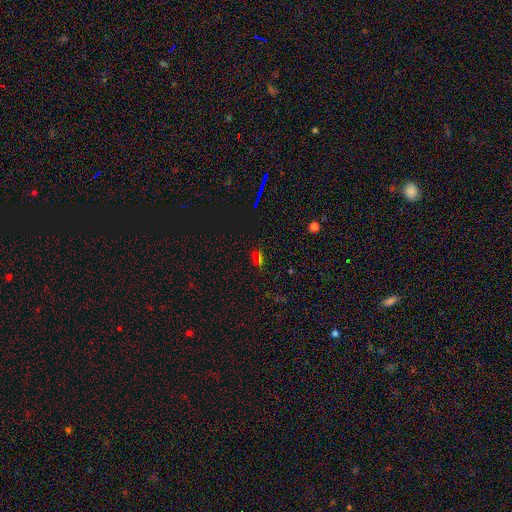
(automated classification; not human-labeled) Q: Smooth or featured?
A: star or artifact (52%); runner-up: smooth (39%)